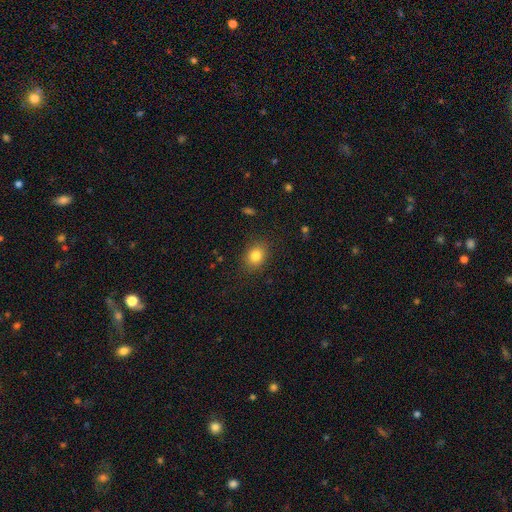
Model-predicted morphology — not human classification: This is clearly a smooth galaxy (83%). How rounded: possibly in between (50%). Merging: clearly none (86%).